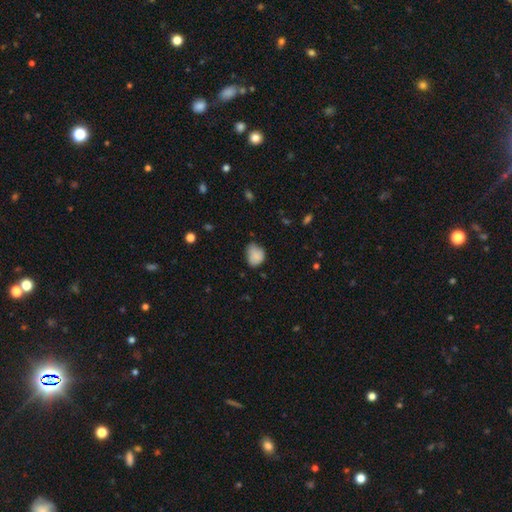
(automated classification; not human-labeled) Smooth or featured?
  - smooth: 80% *
  - featured or disk: 10%
  - star or artifact: 9%
How rounded?
  - in between: 54% *
  - round: 45%
  - cigar-shaped: 1%
Merging?
  - none: 47% *
  - minor disturbance: 40%
  - major disturbance: 10%
  - merger: 3%